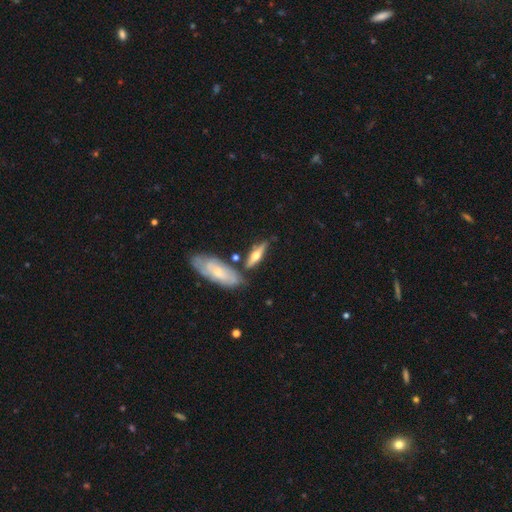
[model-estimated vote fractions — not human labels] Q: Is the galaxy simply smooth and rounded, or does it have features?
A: featured or disk — 60%.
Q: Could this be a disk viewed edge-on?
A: yes — 89%.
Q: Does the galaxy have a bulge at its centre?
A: rounded — 94%.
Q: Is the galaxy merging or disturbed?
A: none — 68%.